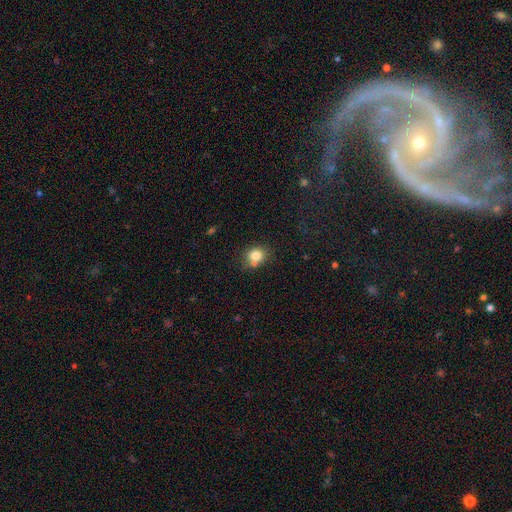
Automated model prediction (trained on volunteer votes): Overall: smooth (79%). How rounded: round (70%). Merging: none (61%).